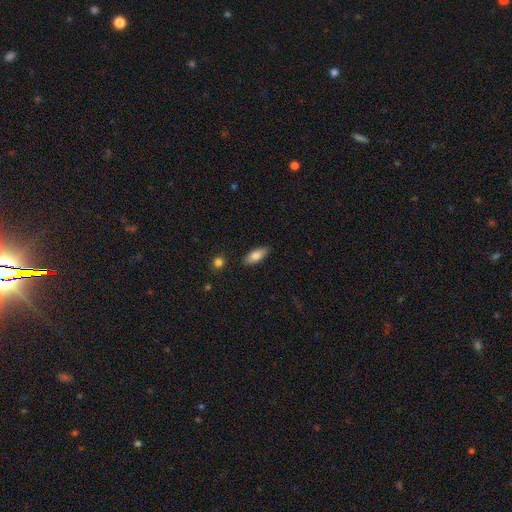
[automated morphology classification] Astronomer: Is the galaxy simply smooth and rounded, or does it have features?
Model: smooth — 79%.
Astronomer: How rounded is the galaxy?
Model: in between — 76%.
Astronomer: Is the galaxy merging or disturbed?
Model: none — 86%.